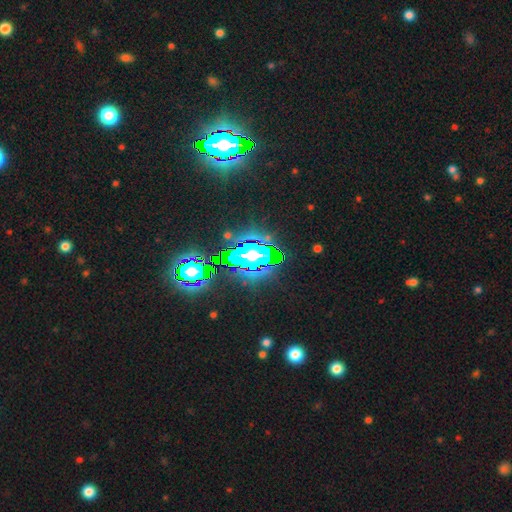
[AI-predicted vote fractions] This appears to be a star or artifact, not a galaxy (71%).